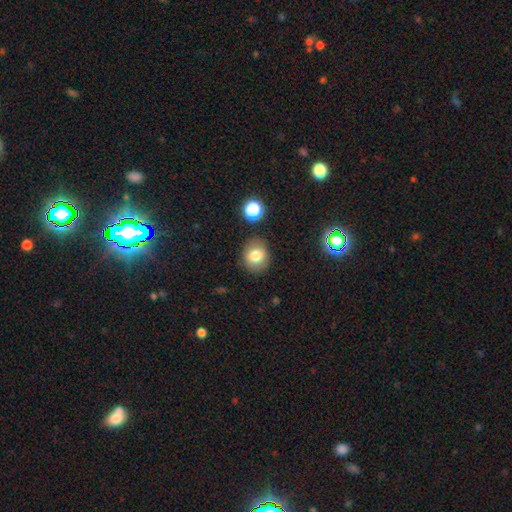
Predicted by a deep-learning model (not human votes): Smooth or featured: smooth — 78% (star or artifact — 12%)
How rounded: round — 66% (in between — 33%)
Merging: none — 84% (minor disturbance — 11%)